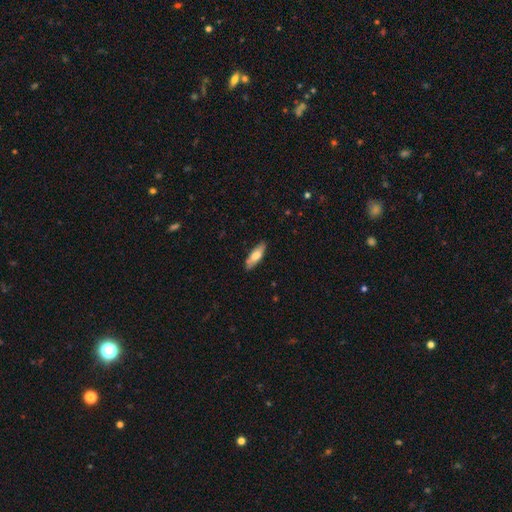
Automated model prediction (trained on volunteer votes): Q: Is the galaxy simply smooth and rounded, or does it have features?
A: smooth — 71%.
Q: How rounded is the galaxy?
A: in between — 56%.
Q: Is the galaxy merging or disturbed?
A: none — 82%.